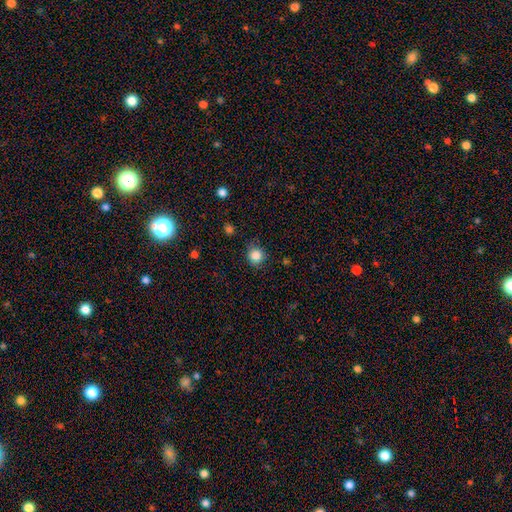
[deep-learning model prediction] This appears to be a smooth galaxy with no disk features (83%) that is round (87%). Merging: none (81%).